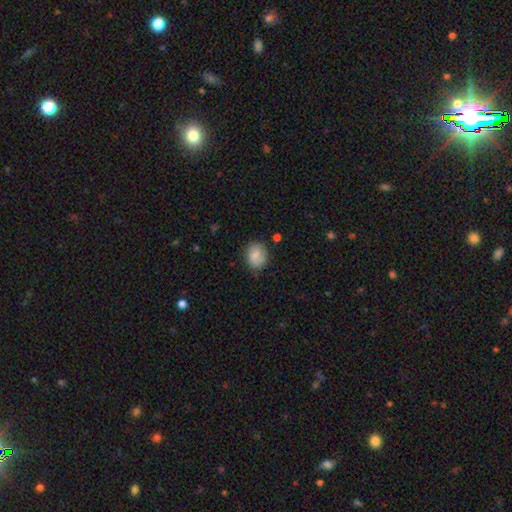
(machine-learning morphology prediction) smooth 66%, featured or disk 26%, star or artifact 8%. Down the decision tree: how rounded — round (57%); merging — none (72%).